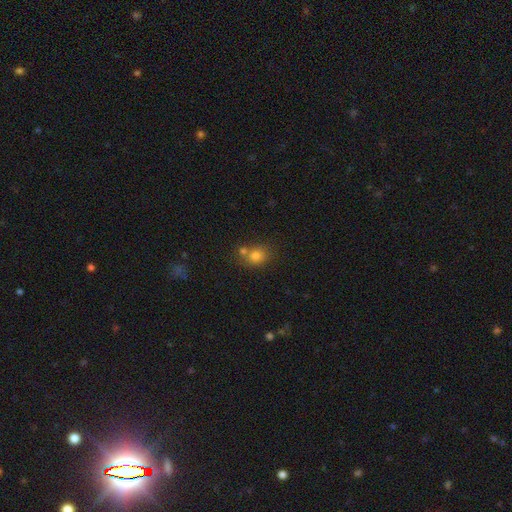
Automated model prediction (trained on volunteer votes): smooth_or_featured: smooth (p=0.78) [alt: star or artifact p=0.13]
how_rounded: round (p=0.66) [alt: in between p=0.33]
merging: none (p=0.53) [alt: merger p=0.31]